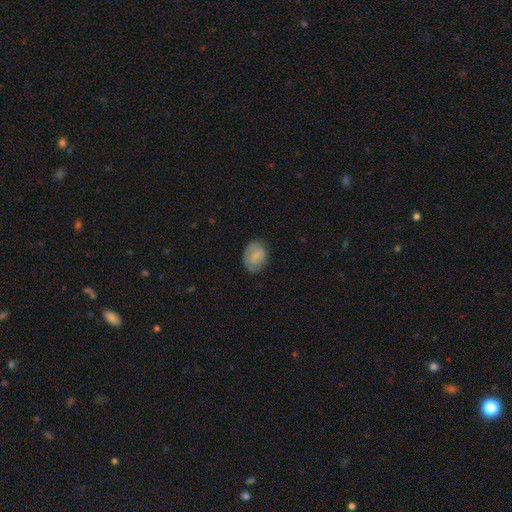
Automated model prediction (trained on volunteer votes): A smooth galaxy with no disk features (71%) that is in between round and cigar-shaped (63%).

Vote fractions:
- Smooth or featured? smooth: 71% / featured or disk: 22% / star or artifact: 7%
- How rounded? in between: 63% / round: 36% / cigar-shaped: 1%
- Merging? none: 70% / minor disturbance: 22% / major disturbance: 7% / merger: 1%